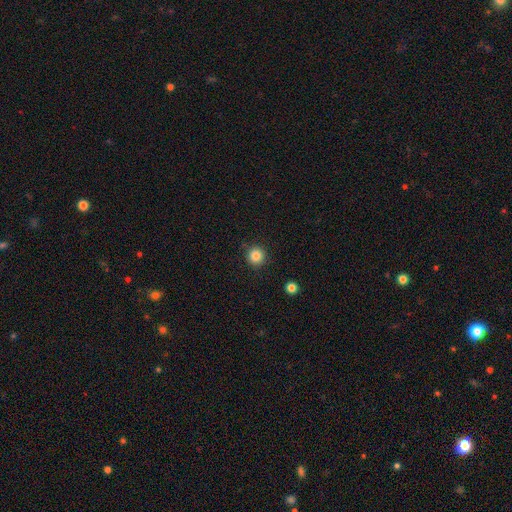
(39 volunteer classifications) Smooth or featured? 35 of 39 (90%) said smooth. How rounded? 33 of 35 (94%) said round. Merging? 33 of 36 (92%) said none.